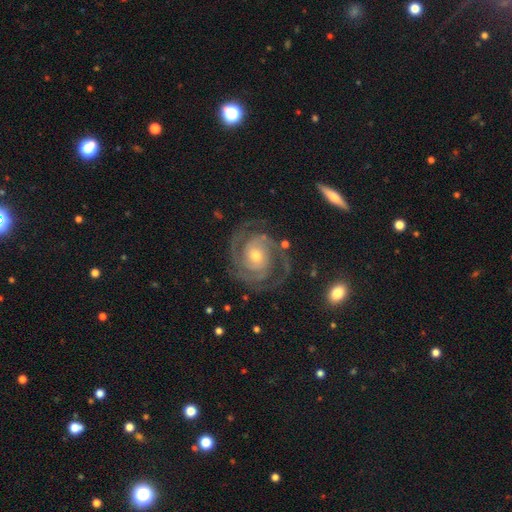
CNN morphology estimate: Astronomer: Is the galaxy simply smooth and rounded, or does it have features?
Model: featured or disk — 93%.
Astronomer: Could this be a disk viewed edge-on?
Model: no — 98%.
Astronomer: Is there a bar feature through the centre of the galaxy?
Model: no — 68%.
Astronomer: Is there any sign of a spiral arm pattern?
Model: yes — 98%.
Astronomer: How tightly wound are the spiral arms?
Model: tight — 69%.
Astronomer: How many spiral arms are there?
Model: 2 — 64%.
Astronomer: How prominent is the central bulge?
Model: moderate — 52% (runner-up: small, 43%).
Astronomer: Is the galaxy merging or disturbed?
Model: none — 79%.